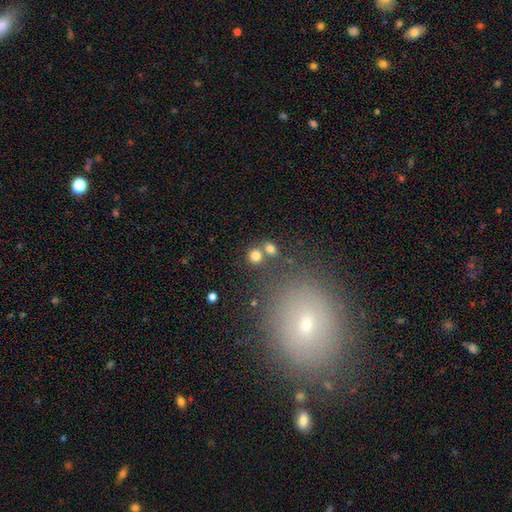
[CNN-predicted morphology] smooth 79%, star or artifact 14%, featured or disk 8%. Down the decision tree: how rounded — round (86%); merging — none (66%).